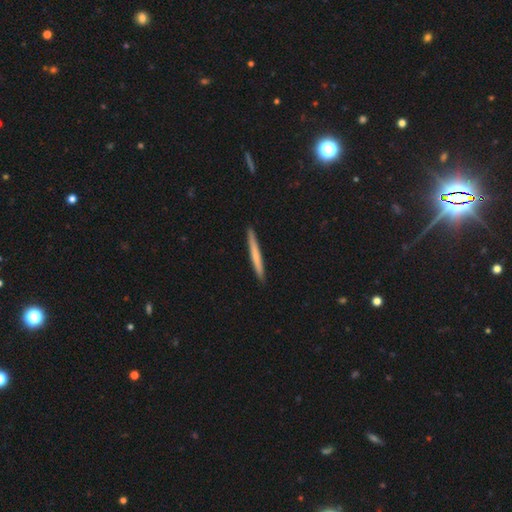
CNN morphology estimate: Q: Smooth or featured?
A: smooth (65%); runner-up: featured or disk (30%)
Q: How rounded?
A: cigar-shaped (97%); runner-up: in between (2%)
Q: Merging?
A: none (92%); runner-up: minor disturbance (5%)